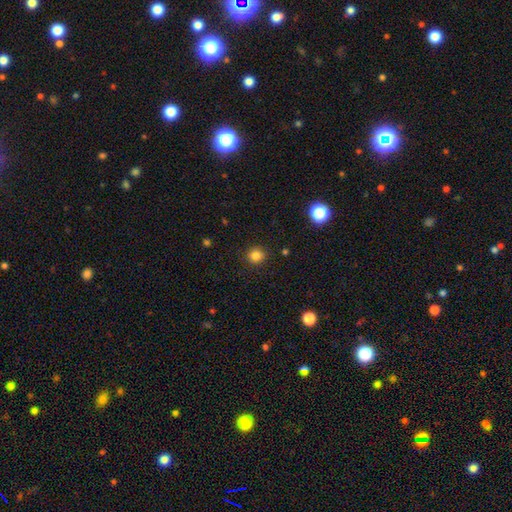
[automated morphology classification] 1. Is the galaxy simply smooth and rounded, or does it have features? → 83% smooth, 12% star or artifact, 4% featured or disk.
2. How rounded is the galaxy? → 89% round, 10% in between, 1% cigar-shaped.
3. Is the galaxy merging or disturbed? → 90% none, 7% minor disturbance, 2% major disturbance, 1% merger.